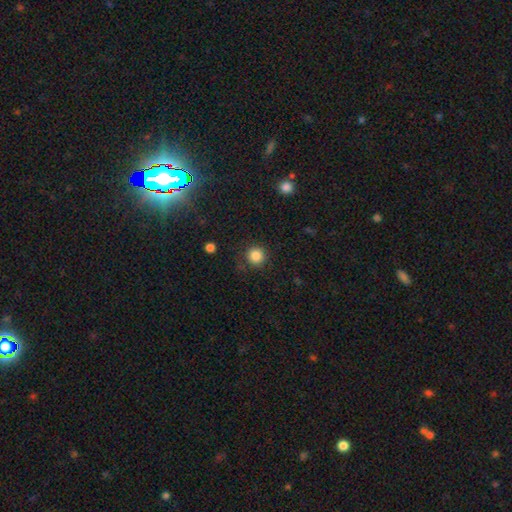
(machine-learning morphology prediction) Smooth or featured? smooth (86%)
How rounded? round (94%)
Merging? none (87%)